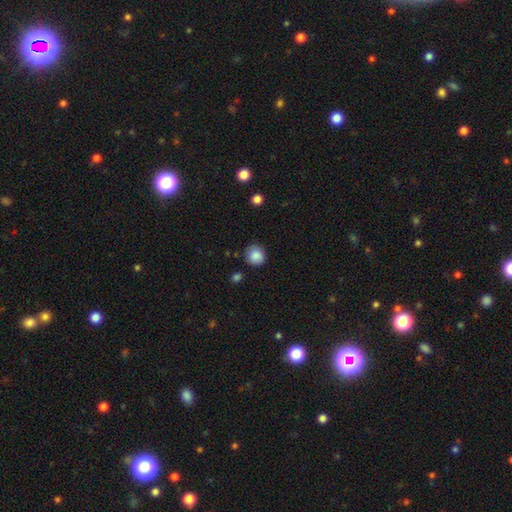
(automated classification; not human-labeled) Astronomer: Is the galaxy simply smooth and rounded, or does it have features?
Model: smooth — 86%.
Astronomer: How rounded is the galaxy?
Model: round — 87%.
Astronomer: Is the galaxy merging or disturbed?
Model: none — 79%.